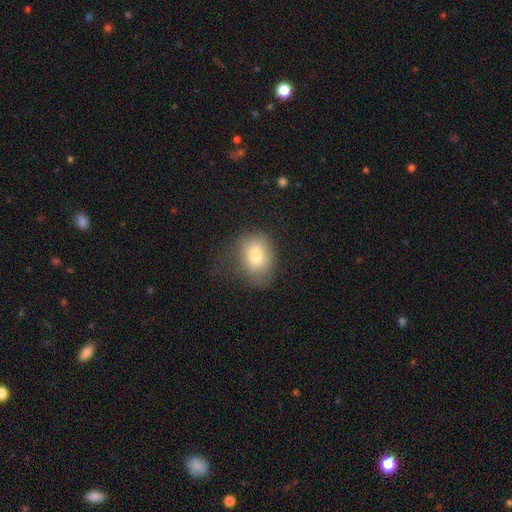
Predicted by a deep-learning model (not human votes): Smooth or featured: smooth — 78% (featured or disk — 12%)
How rounded: in between — 60% (round — 39%)
Merging: none — 53% (minor disturbance — 29%)